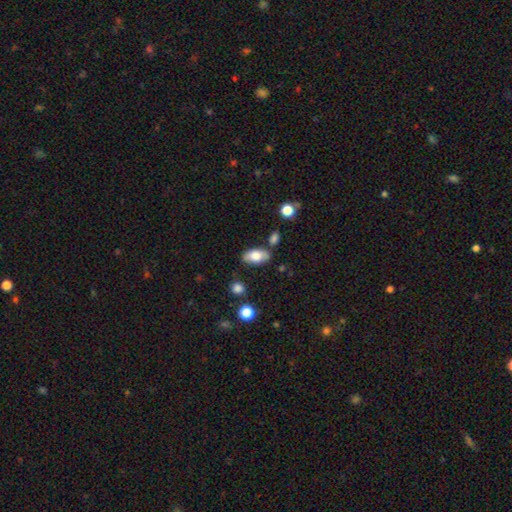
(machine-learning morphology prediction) Overall: smooth (75%). How rounded: in between (92%). Merging: none (74%).